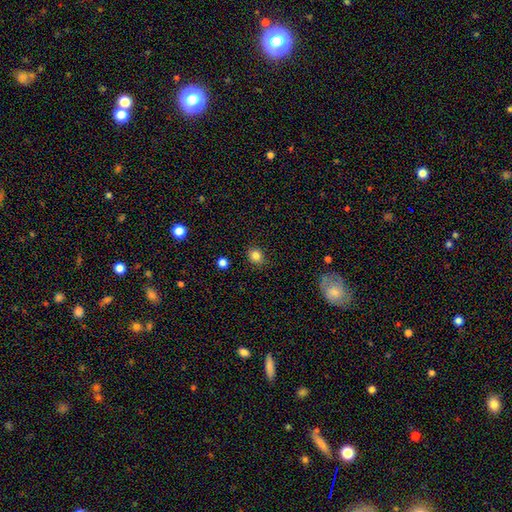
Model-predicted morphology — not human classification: This is clearly a smooth galaxy (84%). How rounded: likely round (71%). Merging: clearly none (86%).